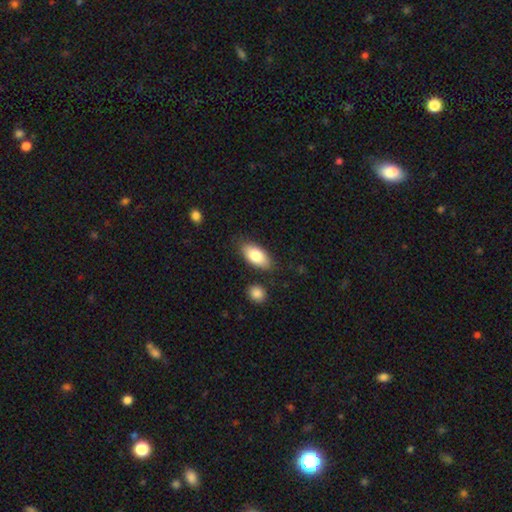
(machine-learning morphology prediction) Smooth or featured? Predicted: smooth (p=0.82). How rounded? Predicted: in between (p=0.90). Merging? Predicted: none (p=0.82).